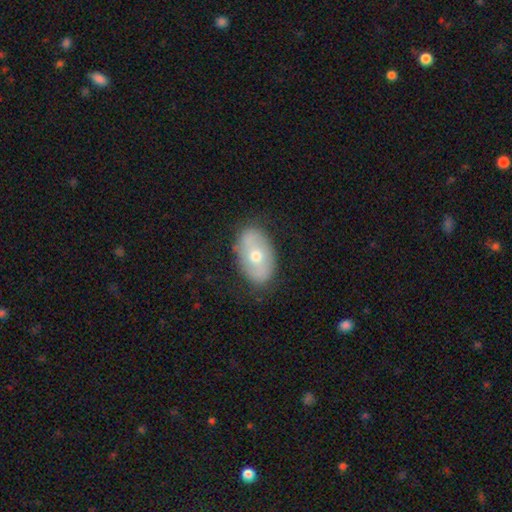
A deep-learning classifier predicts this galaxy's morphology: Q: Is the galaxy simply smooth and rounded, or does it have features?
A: smooth — 53%.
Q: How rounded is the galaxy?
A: in between — 89%.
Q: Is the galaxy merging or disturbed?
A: none — 81%.